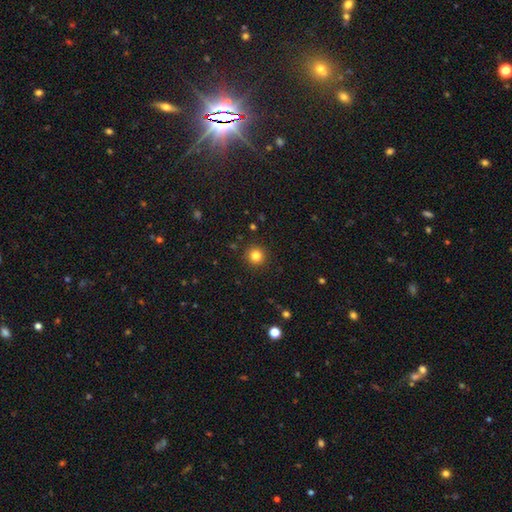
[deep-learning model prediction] smooth-or-featured: smooth: 83% | star or artifact: 12% | featured or disk: 5%
  how-rounded: round: 95% | in between: 4% | cigar-shaped: 1%
  merging: none: 92% | minor disturbance: 5% | major disturbance: 2% | merger: 1%